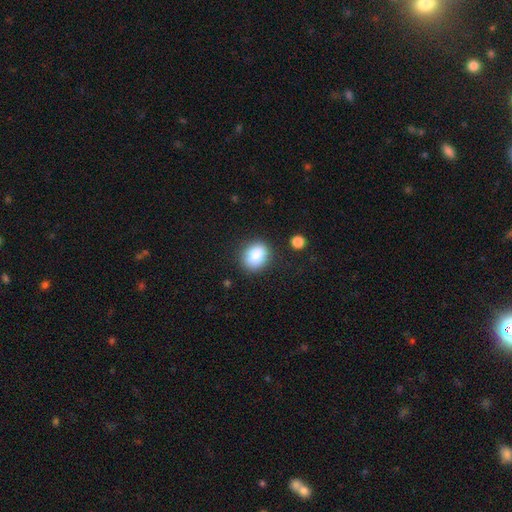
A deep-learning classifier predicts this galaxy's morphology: Overall: smooth (86%). How rounded: in between (50%; round 49%). Merging: none (84%).